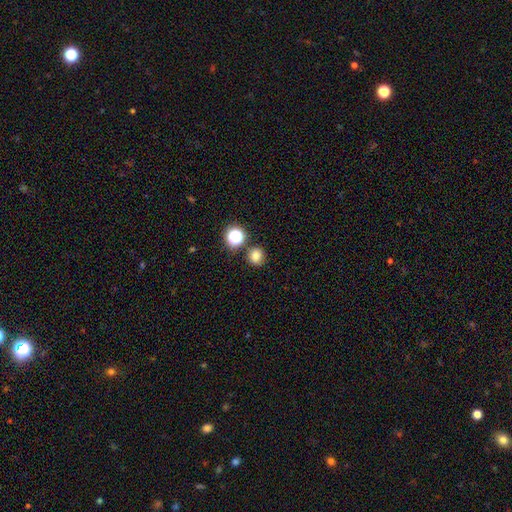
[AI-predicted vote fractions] Morphology: type=smooth (78%); roundness=round (86%); merging=none (82%).